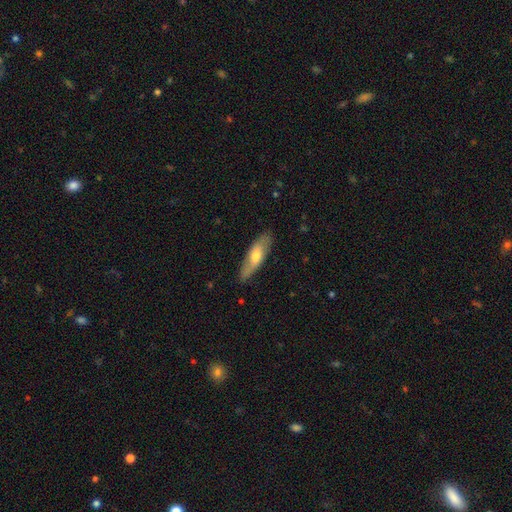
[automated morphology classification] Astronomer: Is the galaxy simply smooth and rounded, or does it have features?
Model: smooth — 58% (runner-up: featured or disk, 37%).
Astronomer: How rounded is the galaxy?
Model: cigar-shaped — 50% (runner-up: in between, 47%).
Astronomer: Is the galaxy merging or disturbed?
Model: none — 82%.